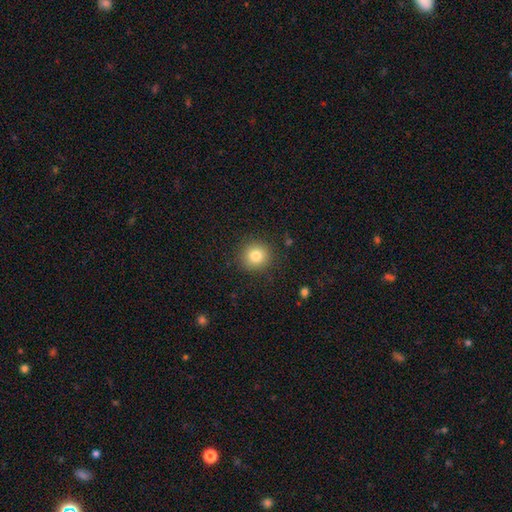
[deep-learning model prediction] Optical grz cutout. It shows a smooth galaxy with no disk features (81%) that is round (92%). Merging: none (89%).